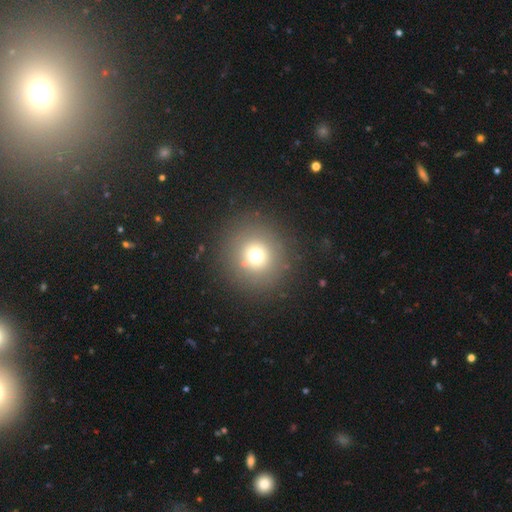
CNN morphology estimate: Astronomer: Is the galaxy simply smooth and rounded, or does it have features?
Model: smooth — 69%.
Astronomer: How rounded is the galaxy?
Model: round — 94%.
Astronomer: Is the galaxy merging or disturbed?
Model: none — 88%.